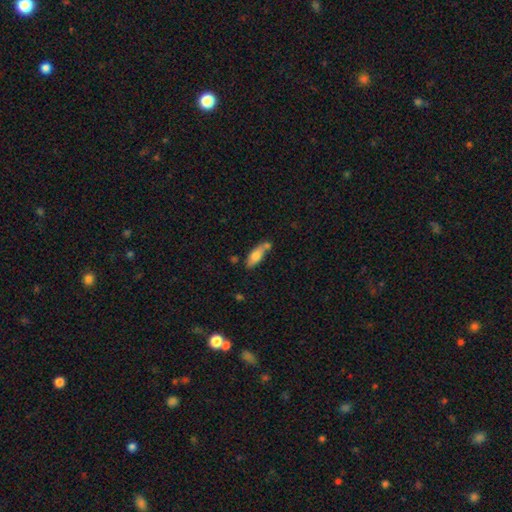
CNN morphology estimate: Q: Smooth or featured?
A: smooth (72%); runner-up: featured or disk (21%)
Q: How rounded?
A: in between (62%); runner-up: cigar-shaped (36%)
Q: Merging?
A: none (52%); runner-up: merger (22%)